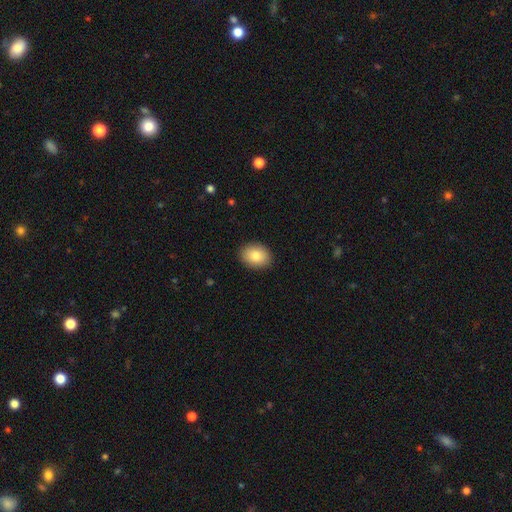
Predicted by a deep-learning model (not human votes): Smooth or featured?
  - smooth: 84% *
  - featured or disk: 9%
  - star or artifact: 7%
How rounded?
  - in between: 70% *
  - round: 29%
  - cigar-shaped: 1%
Merging?
  - none: 90% *
  - minor disturbance: 7%
  - major disturbance: 2%
  - merger: 1%